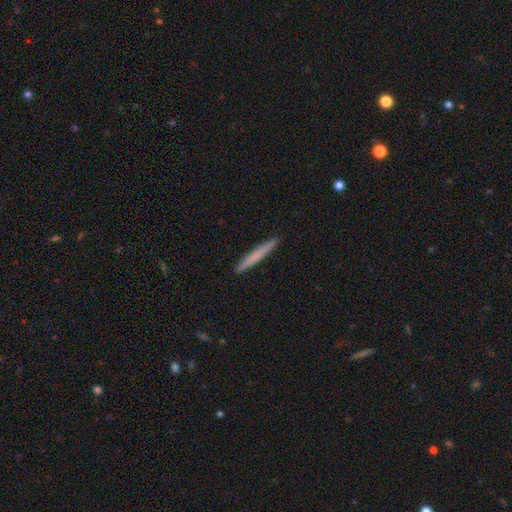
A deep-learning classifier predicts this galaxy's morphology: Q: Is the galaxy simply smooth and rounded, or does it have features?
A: smooth — 66%.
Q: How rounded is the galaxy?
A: cigar-shaped — 97%.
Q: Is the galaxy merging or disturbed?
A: none — 93%.